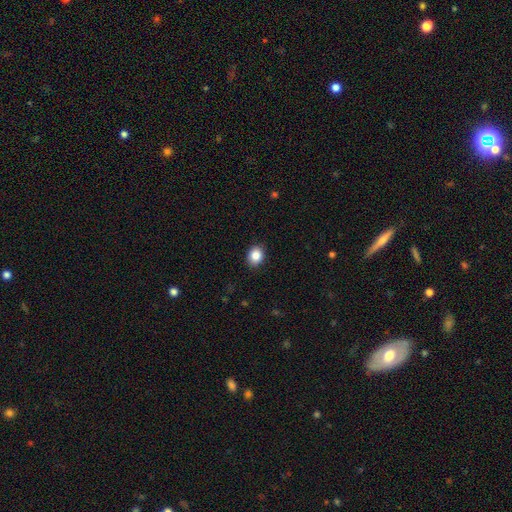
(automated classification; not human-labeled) This appears to be a smooth galaxy with no disk features (87%) that is round (51%). Merging: none (89%).